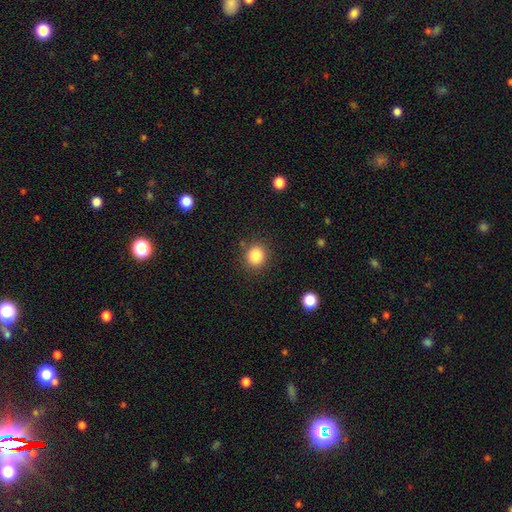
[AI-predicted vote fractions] This appears to be a smooth galaxy with no disk features (86%) that is round (84%). Merging: none (86%).